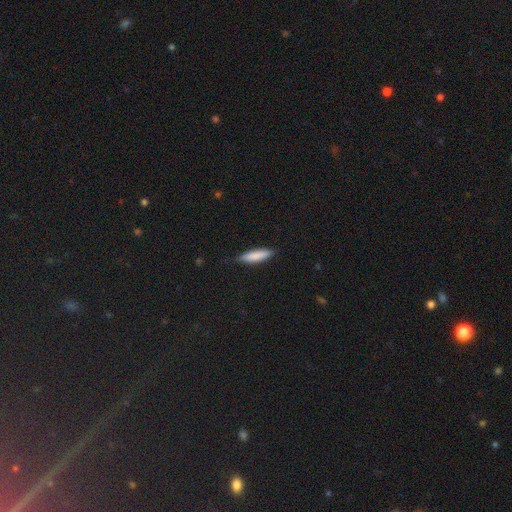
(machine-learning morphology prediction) Smooth or featured: smooth — 81% (featured or disk — 13%)
How rounded: cigar-shaped — 70% (in between — 28%)
Merging: none — 79% (minor disturbance — 17%)